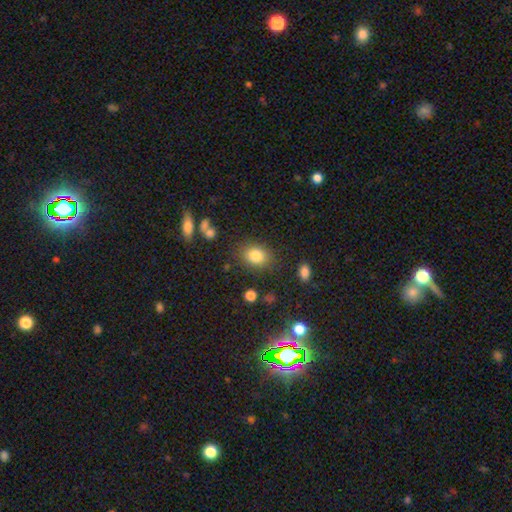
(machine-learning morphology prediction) Smooth or featured? Predicted: smooth (p=0.83). How rounded? Predicted: in between (p=0.60). Merging? Predicted: none (p=0.82).